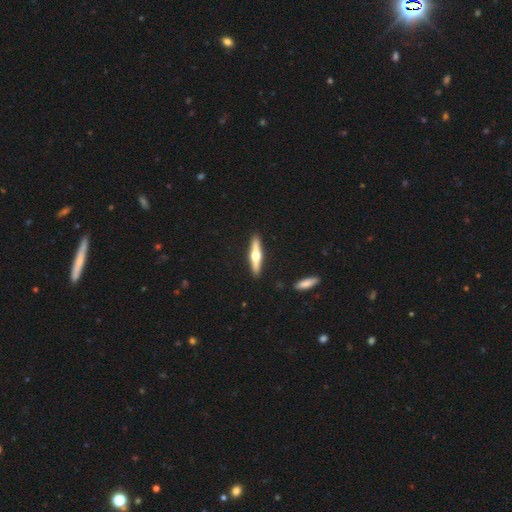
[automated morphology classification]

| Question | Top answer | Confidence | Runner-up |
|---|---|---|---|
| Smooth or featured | featured or disk | 61% | smooth (34%) |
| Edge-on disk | yes | 96% | no (4%) |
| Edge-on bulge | rounded | 95% | none (3%) |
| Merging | none | 91% | minor disturbance (6%) |